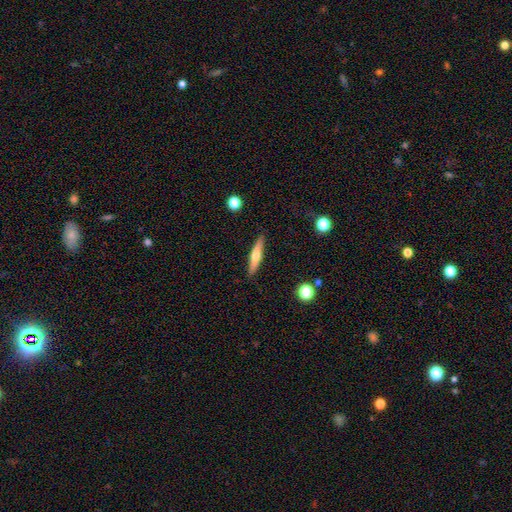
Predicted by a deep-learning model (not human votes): smooth 49%, featured or disk 44%, star or artifact 6%. Down the decision tree: merging — none (89%).